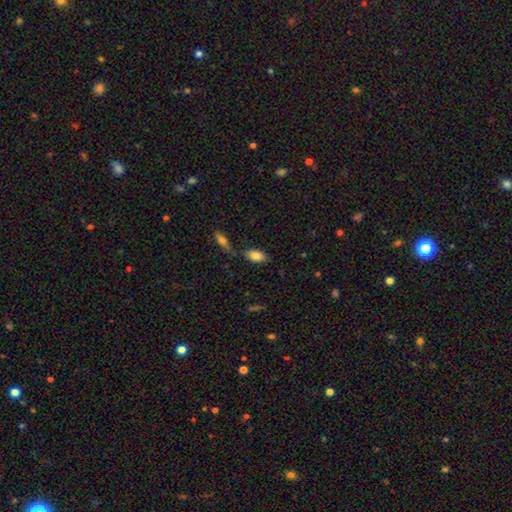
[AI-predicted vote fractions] Smooth or featured: smooth — 81% (featured or disk — 12%)
How rounded: in between — 91% (cigar-shaped — 5%)
Merging: none — 63% (merger — 17%)